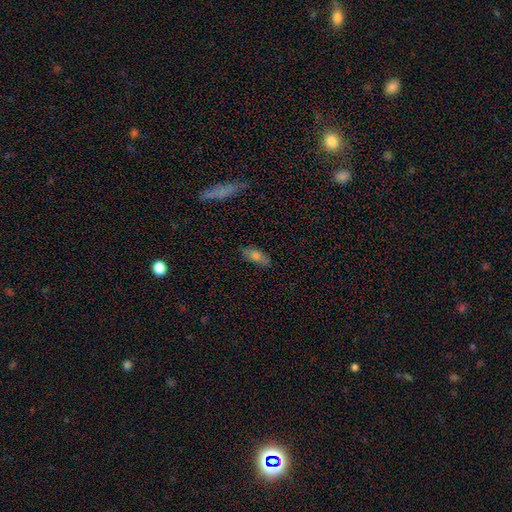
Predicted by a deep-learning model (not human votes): smooth-or-featured: smooth: 72% | featured or disk: 17% | star or artifact: 11%
  how-rounded: in between: 78% | cigar-shaped: 19% | round: 4%
  merging: none: 74% | minor disturbance: 19% | major disturbance: 5% | merger: 3%